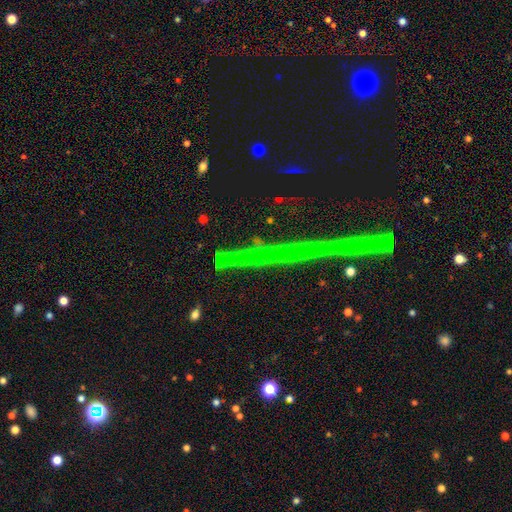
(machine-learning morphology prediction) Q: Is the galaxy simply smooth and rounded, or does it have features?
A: star or artifact — 73%.